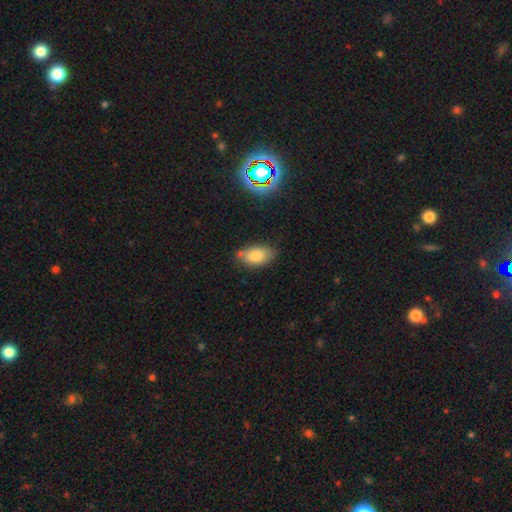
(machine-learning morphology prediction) Overall: smooth (80%). How rounded: in between (91%). Merging: none (73%).